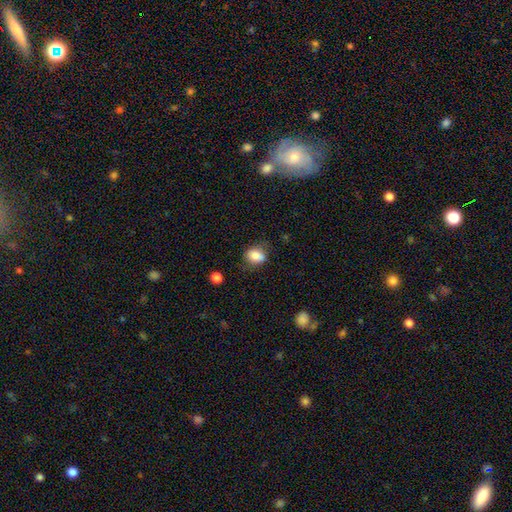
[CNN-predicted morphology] Smooth or featured? Predicted: smooth (p=0.81). How rounded? Predicted: in between (p=0.62). Merging? Predicted: none (p=0.66).